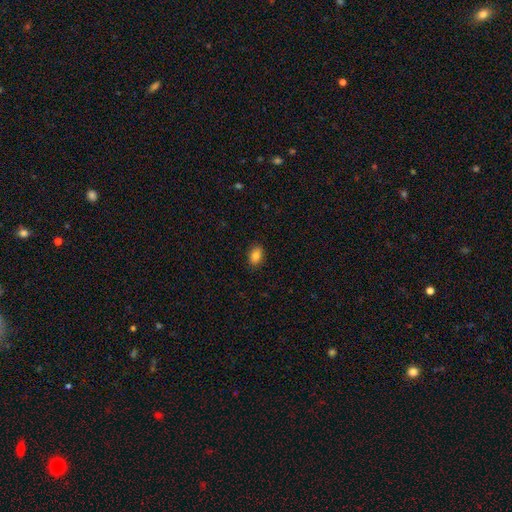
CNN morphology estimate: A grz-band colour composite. It shows a smooth galaxy with no disk features (85%) that is in between round and cigar-shaped (86%). Merging: none (88%).